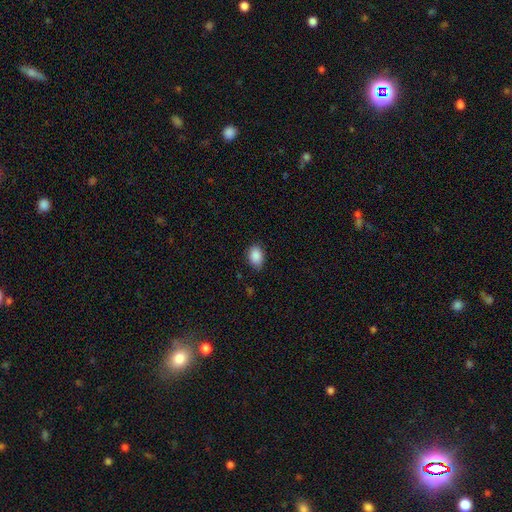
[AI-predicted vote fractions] The model was most divided on "merging": none: 78%, minor disturbance: 18%, major disturbance: 3%, merger: 1%. More confident: smooth or featured — smooth (89%); how rounded — in between (83%).